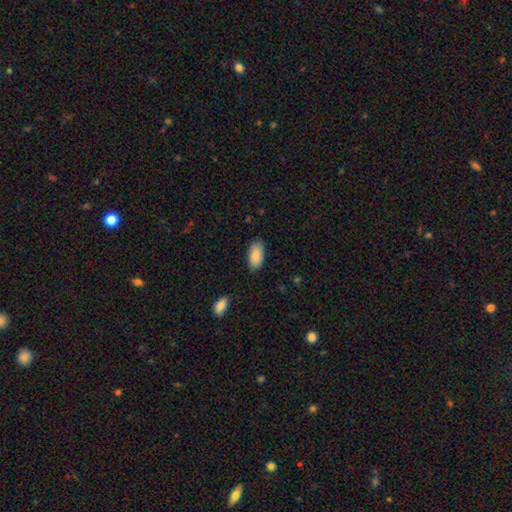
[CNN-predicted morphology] Smooth or featured? smooth (89%)
How rounded? in between (94%)
Merging? none (83%)